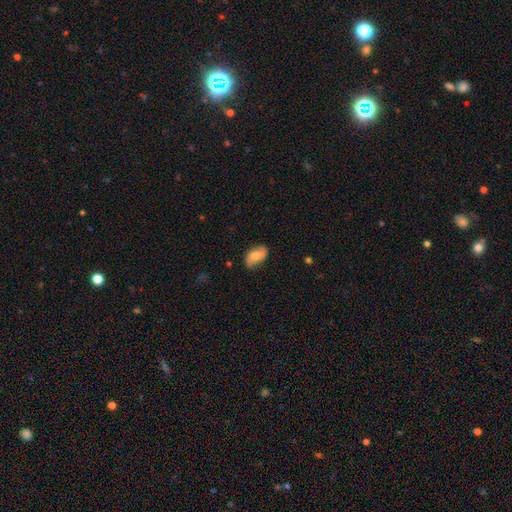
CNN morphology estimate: Q: Smooth or featured?
A: smooth (66%); runner-up: featured or disk (27%)
Q: How rounded?
A: in between (92%); runner-up: round (5%)
Q: Merging?
A: none (77%); runner-up: minor disturbance (18%)